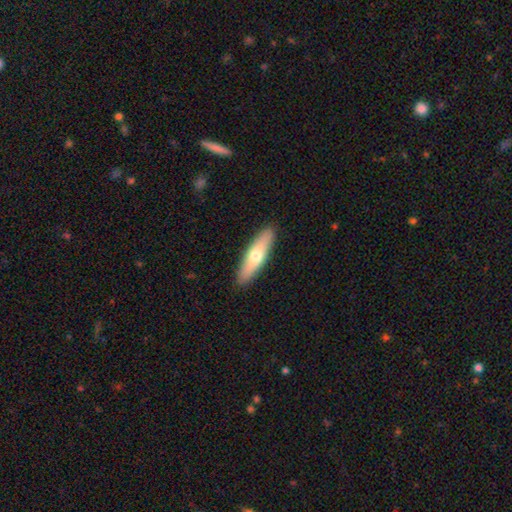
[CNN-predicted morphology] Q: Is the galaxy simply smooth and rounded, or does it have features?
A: smooth — 61%.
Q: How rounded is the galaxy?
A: cigar-shaped — 68%.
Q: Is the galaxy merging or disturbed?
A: none — 91%.